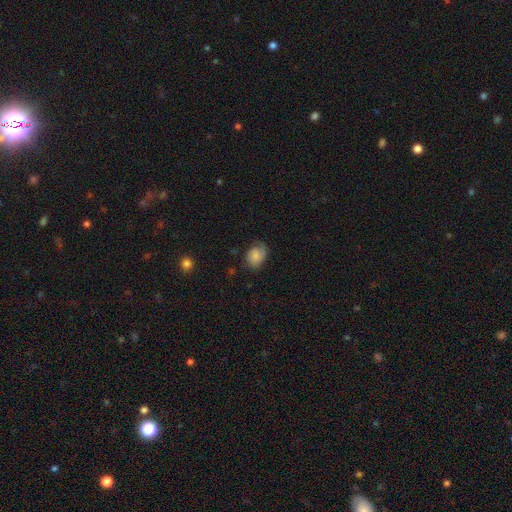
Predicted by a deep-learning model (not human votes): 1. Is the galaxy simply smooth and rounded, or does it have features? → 66% smooth, 25% featured or disk, 9% star or artifact.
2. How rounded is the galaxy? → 64% in between, 35% round, 1% cigar-shaped.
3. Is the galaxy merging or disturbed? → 57% none, 29% minor disturbance, 13% major disturbance, 1% merger.